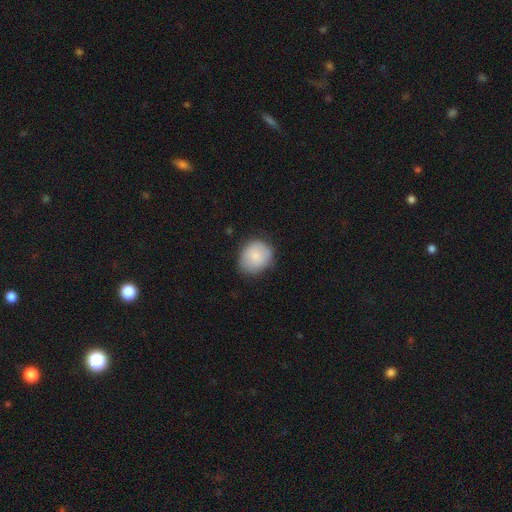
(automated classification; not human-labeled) smooth-or-featured: smooth: 81% | featured or disk: 12% | star or artifact: 7%
  how-rounded: round: 69% | in between: 30% | cigar-shaped: 1%
  merging: none: 73% | minor disturbance: 21% | major disturbance: 5% | merger: 1%